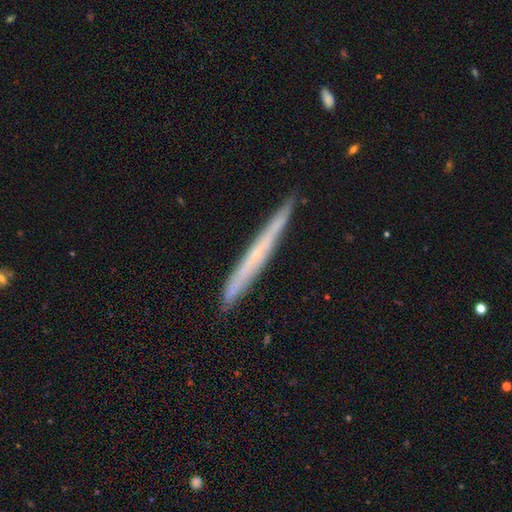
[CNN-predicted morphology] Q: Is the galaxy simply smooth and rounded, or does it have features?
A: featured or disk — 56%.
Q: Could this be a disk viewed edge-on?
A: yes — 95%.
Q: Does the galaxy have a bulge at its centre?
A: none — 77%.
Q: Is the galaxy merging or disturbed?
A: none — 88%.